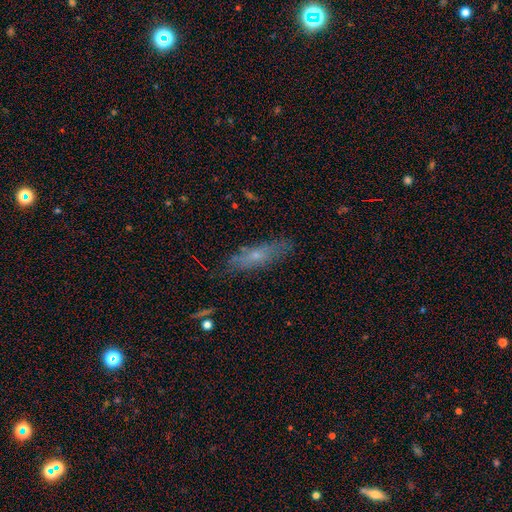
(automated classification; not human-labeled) Morphology: type=smooth (52%); roundness=cigar-shaped (61%); merging=none (74%).